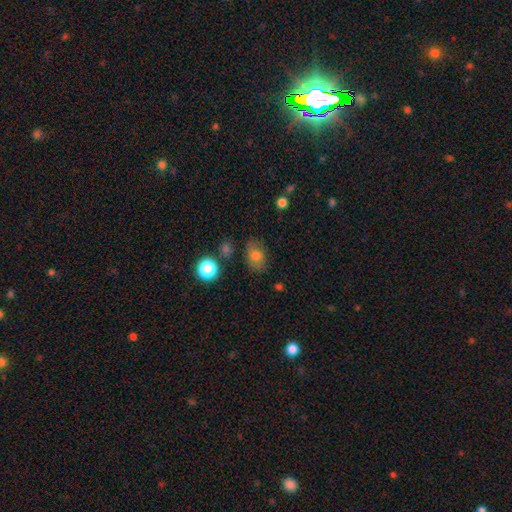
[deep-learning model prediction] Overall: smooth (75%). How rounded: in between (75%). Merging: none (72%).